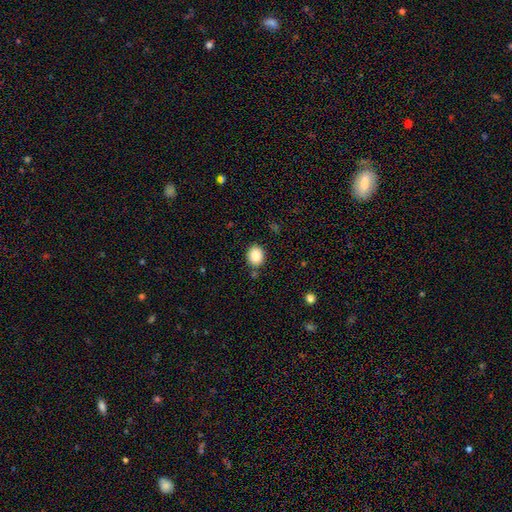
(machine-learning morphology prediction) Smooth or featured?
  - smooth: 86% *
  - star or artifact: 9%
  - featured or disk: 5%
How rounded?
  - round: 57% *
  - in between: 42%
  - cigar-shaped: 1%
Merging?
  - none: 84% *
  - minor disturbance: 10%
  - merger: 4%
  - major disturbance: 3%